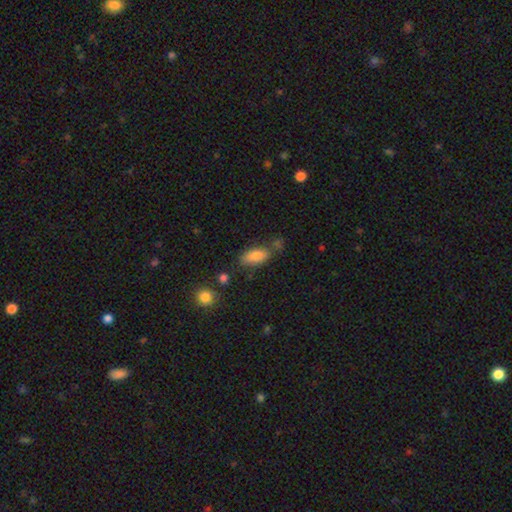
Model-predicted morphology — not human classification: smooth_or_featured: smooth (p=0.85) [alt: star or artifact p=0.08]
how_rounded: in between (p=0.88) [alt: cigar-shaped p=0.09]
merging: none (p=0.67) [alt: minor disturbance p=0.18]